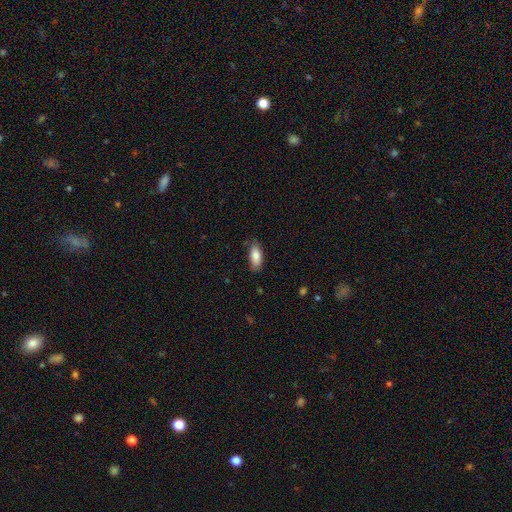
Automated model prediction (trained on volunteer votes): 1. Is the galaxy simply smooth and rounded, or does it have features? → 85% smooth, 9% featured or disk, 7% star or artifact.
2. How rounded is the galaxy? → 86% in between, 12% cigar-shaped, 2% round.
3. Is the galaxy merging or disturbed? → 78% none, 17% minor disturbance, 3% major disturbance, 1% merger.